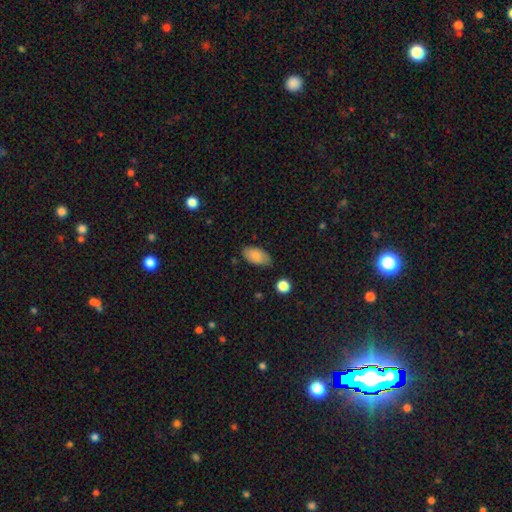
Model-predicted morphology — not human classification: Smooth or featured: smooth — 82% (featured or disk — 11%)
How rounded: in between — 94% (round — 4%)
Merging: none — 70% (minor disturbance — 24%)